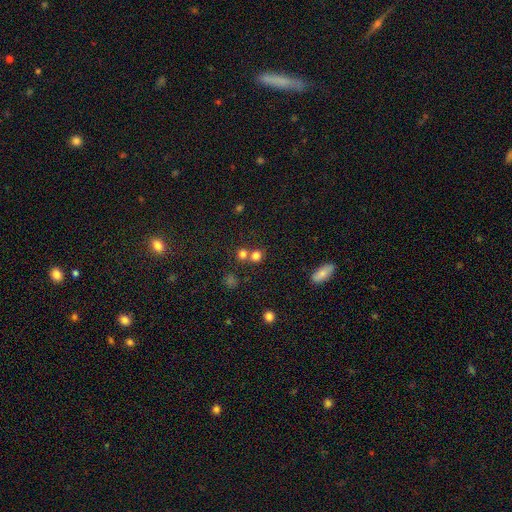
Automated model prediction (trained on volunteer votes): smooth-or-featured: smooth: 77% | star or artifact: 16% | featured or disk: 7%
  how-rounded: round: 81% | in between: 18% | cigar-shaped: 1%
  merging: none: 53% | merger: 37% | minor disturbance: 7% | major disturbance: 3%